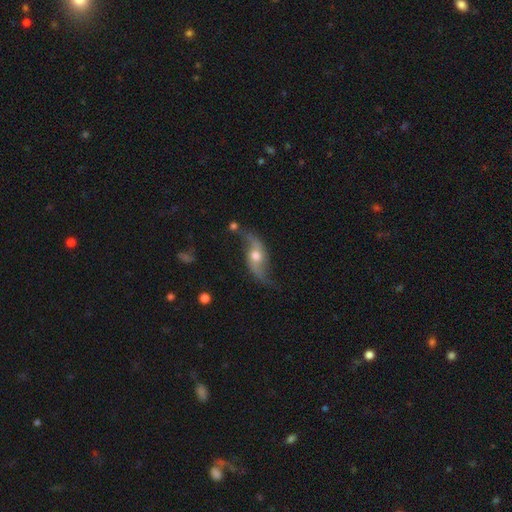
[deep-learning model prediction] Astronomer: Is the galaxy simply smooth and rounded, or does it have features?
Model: featured or disk — 85%.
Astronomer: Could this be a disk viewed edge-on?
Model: no — 89%.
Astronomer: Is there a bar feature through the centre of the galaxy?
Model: no — 60%.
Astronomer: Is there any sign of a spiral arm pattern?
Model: yes — 94%.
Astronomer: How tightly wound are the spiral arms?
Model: loose — 89%.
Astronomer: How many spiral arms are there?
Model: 2 — 93%.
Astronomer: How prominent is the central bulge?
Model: moderate — 71%.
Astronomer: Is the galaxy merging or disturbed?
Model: none — 68%.